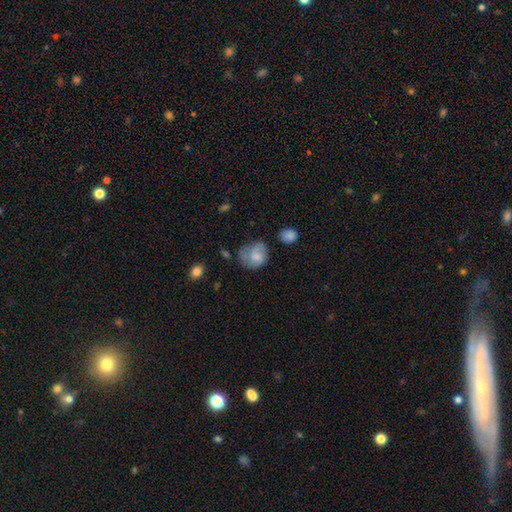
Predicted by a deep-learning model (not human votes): Morphology: type=smooth (61%); roundness=round (61%); merging=none (41%).